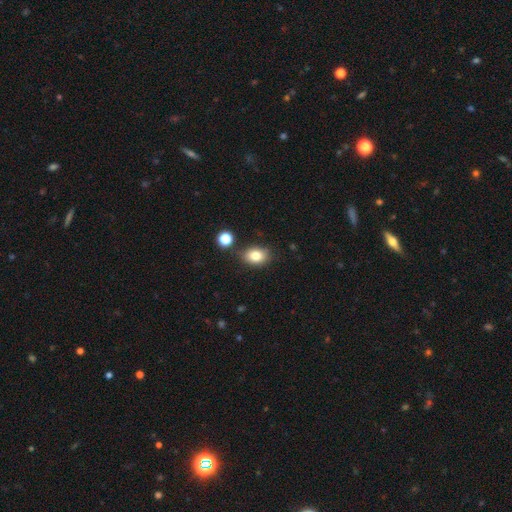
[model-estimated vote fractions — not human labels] Overall: smooth (81%). How rounded: in between (69%; round 30%). Merging: none (77%).